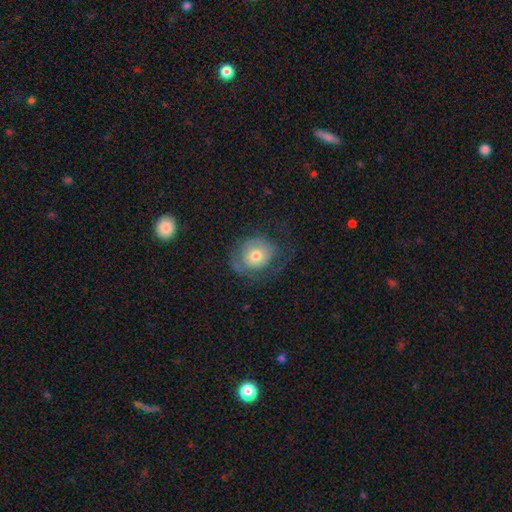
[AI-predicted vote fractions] Smooth or featured?
  - smooth: 55% *
  - featured or disk: 37%
  - star or artifact: 8%
How rounded?
  - round: 70% *
  - in between: 29%
  - cigar-shaped: 1%
Merging?
  - none: 50% *
  - major disturbance: 26%
  - minor disturbance: 22%
  - merger: 2%